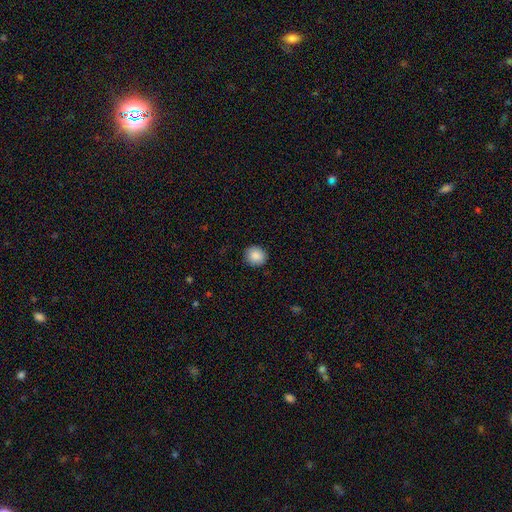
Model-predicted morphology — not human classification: Q: Smooth or featured?
A: smooth (88%); runner-up: star or artifact (8%)
Q: How rounded?
A: round (82%); runner-up: in between (17%)
Q: Merging?
A: none (90%); runner-up: minor disturbance (7%)